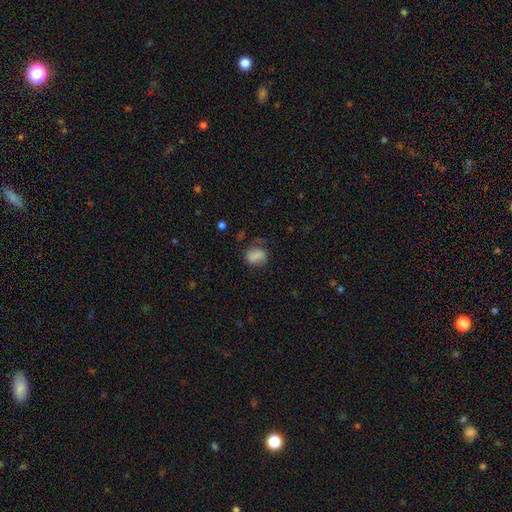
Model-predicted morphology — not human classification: smooth_or_featured: smooth (p=0.73) [alt: featured or disk p=0.17]
how_rounded: in between (p=0.57) [alt: round p=0.41]
merging: none (p=0.51) [alt: minor disturbance p=0.27]